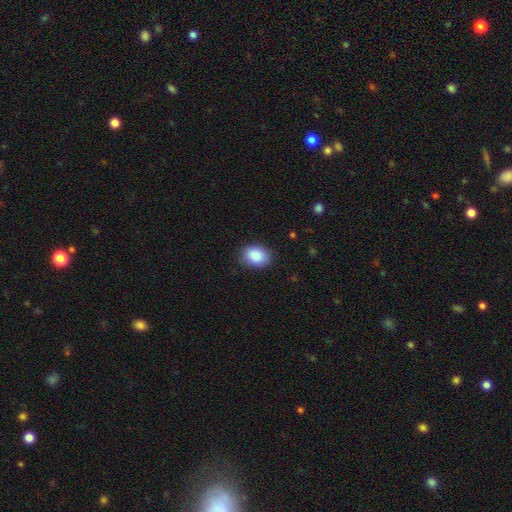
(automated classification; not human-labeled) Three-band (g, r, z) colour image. It shows a smooth galaxy with no disk features (87%) that is in between round and cigar-shaped (67%). Merging: none (85%).